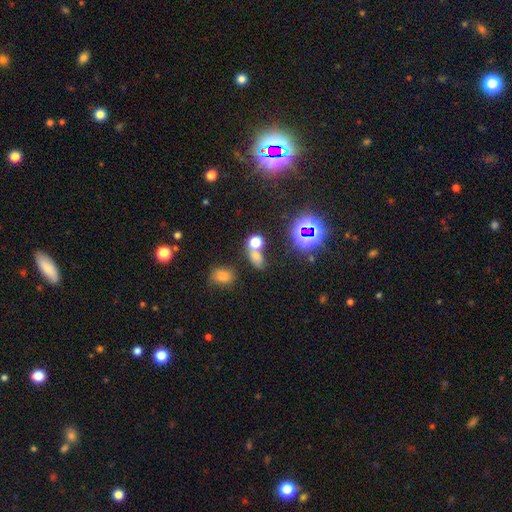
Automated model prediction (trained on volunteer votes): smooth 60%, star or artifact 31%, featured or disk 9%. Down the decision tree: how rounded — in between (62%); merging — none (48%).